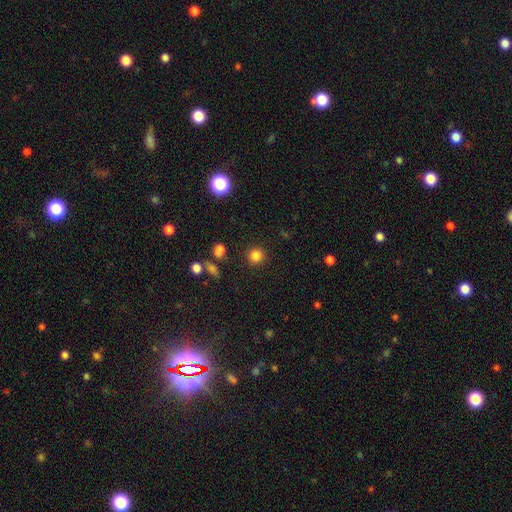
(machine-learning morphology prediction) The model was most divided on "smooth or featured": smooth: 82%, star or artifact: 13%, featured or disk: 5%. More confident: how rounded — round (92%); merging — none (89%).